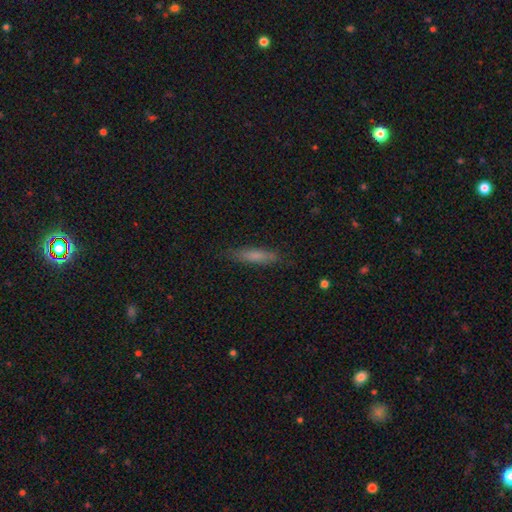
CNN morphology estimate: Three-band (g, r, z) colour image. It shows a smooth galaxy with no disk features (72%) that is cigar-shaped (83%). Merging: none (83%).